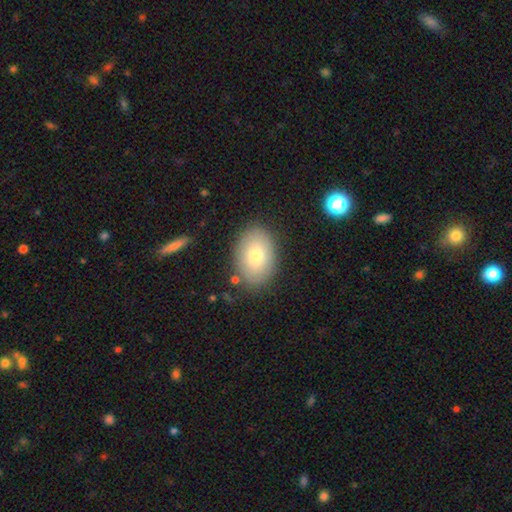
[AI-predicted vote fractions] The model was most divided on "smooth or featured": smooth: 76%, featured or disk: 16%, star or artifact: 8%. More confident: how rounded — in between (85%); merging — none (84%).